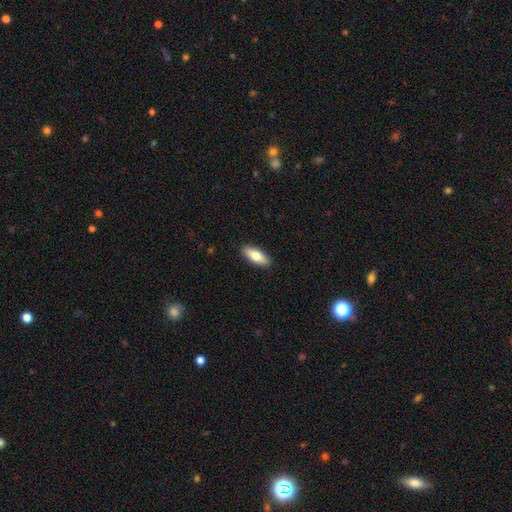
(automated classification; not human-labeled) smooth_or_featured: smooth (p=0.73) [alt: featured or disk p=0.21]
how_rounded: in between (p=0.68) [alt: cigar-shaped p=0.30]
merging: none (p=0.90) [alt: minor disturbance p=0.07]